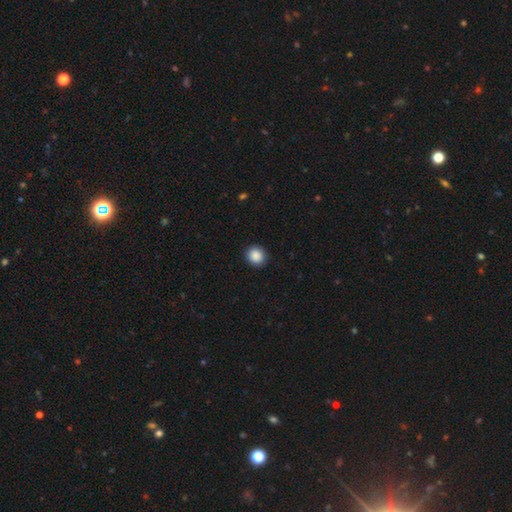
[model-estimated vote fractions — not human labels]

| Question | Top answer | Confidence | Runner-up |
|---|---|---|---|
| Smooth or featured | smooth | 89% | star or artifact (9%) |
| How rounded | round | 84% | in between (16%) |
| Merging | none | 91% | minor disturbance (6%) |